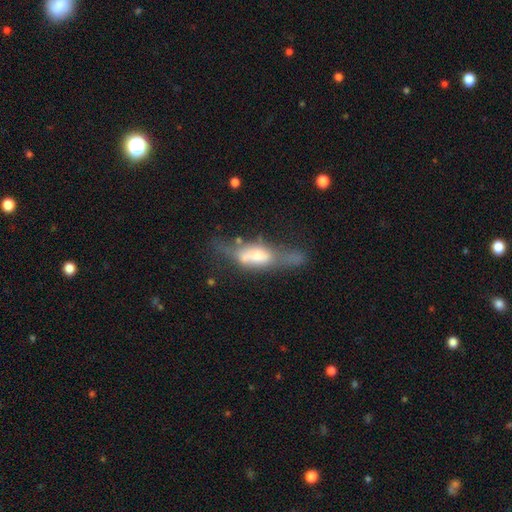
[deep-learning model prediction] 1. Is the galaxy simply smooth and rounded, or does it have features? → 50% featured or disk, 42% smooth, 8% star or artifact.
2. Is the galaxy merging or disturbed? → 31% major disturbance, 28% none, 24% minor disturbance, 16% merger.